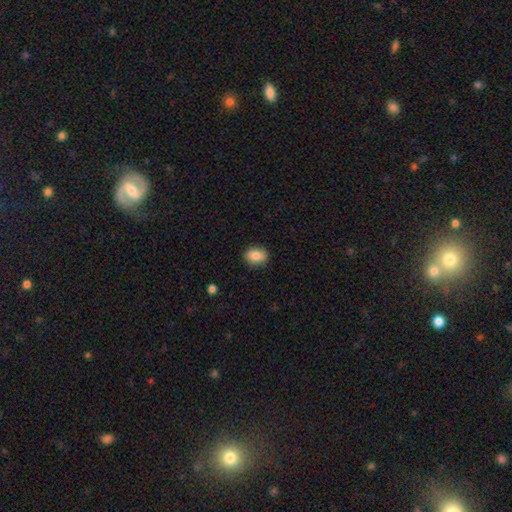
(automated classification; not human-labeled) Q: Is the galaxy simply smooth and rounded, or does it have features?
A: smooth — 86%.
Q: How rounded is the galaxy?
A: in between — 63%.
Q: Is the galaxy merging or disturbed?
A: none — 88%.